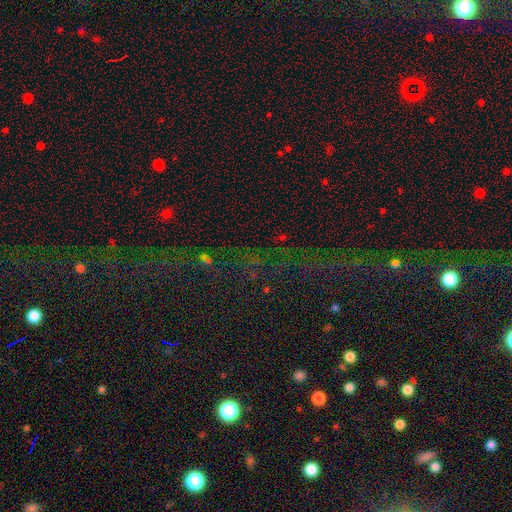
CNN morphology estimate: smooth-or-featured: star or artifact: 71% | smooth: 17% | featured or disk: 13%